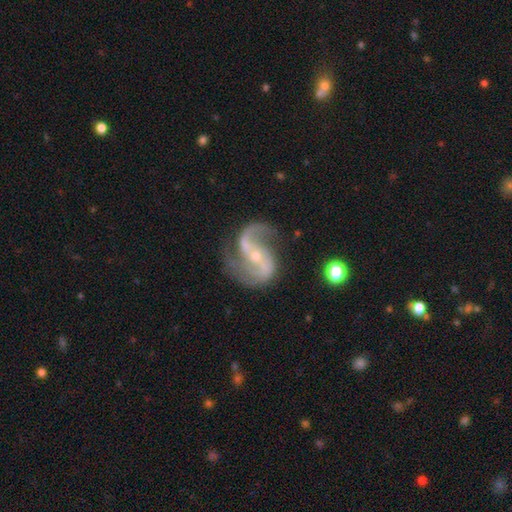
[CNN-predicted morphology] This appears to be a featured or disk galaxy (91%) with a weak bar (39%), 2 (91%) loose (49%) spiral arms (97%) and a small central bulge (72%). Merging: none (68%).